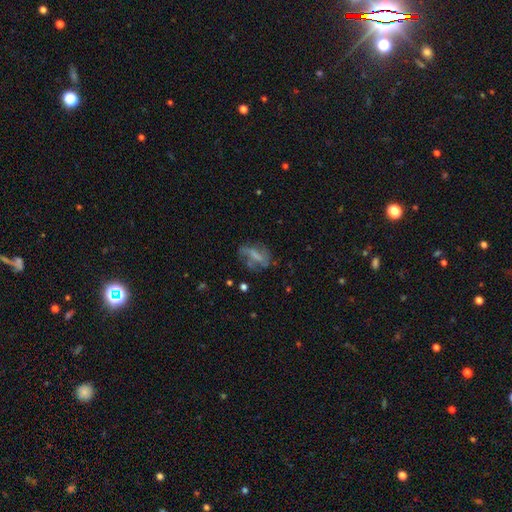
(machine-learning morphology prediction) Q: Smooth or featured?
A: featured or disk (52%); runner-up: smooth (37%)
Q: Edge-on disk?
A: no (93%); runner-up: yes (7%)
Q: Merging?
A: none (44%); runner-up: major disturbance (27%)